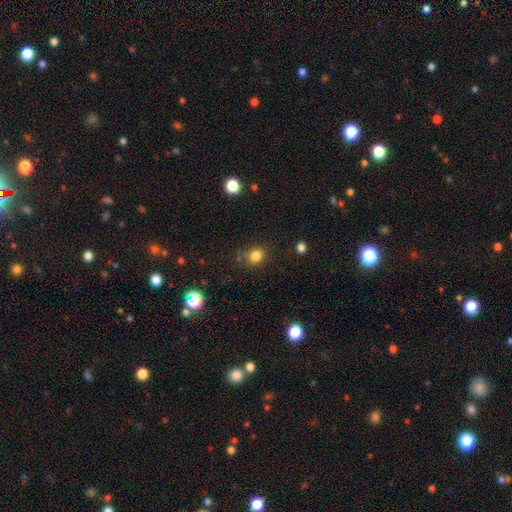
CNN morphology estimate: Smooth or featured? Predicted: smooth (p=0.81). How rounded? Predicted: round (p=0.69). Merging? Predicted: none (p=0.75).